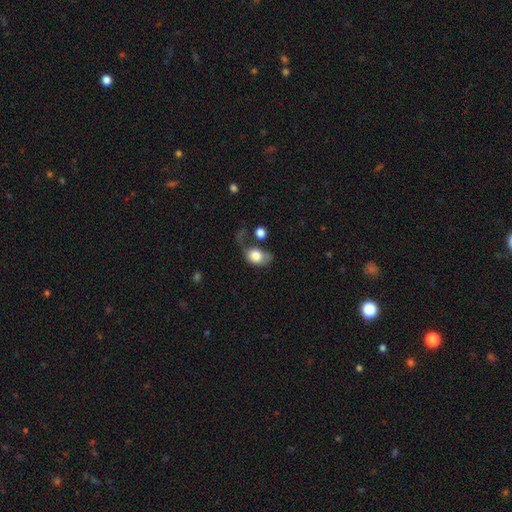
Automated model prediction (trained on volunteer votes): smooth_or_featured: smooth (p=0.74) [alt: featured or disk p=0.18]
how_rounded: in between (p=0.71) [alt: round p=0.27]
merging: major disturbance (p=0.42) [alt: none p=0.23]